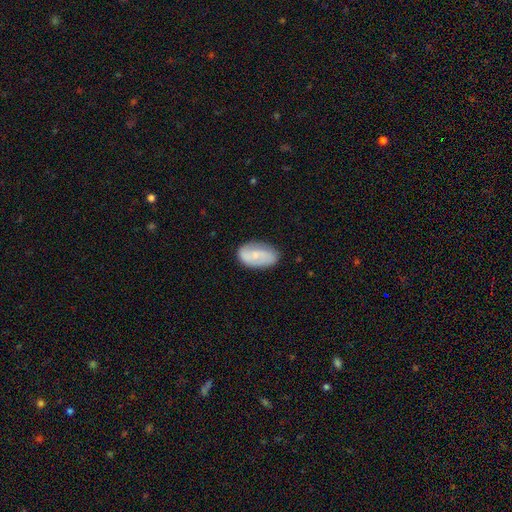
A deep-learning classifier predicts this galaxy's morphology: smooth_or_featured: smooth (p=0.52) [alt: featured or disk p=0.41]
how_rounded: in between (p=0.92) [alt: round p=0.05]
merging: none (p=0.76) [alt: minor disturbance p=0.18]